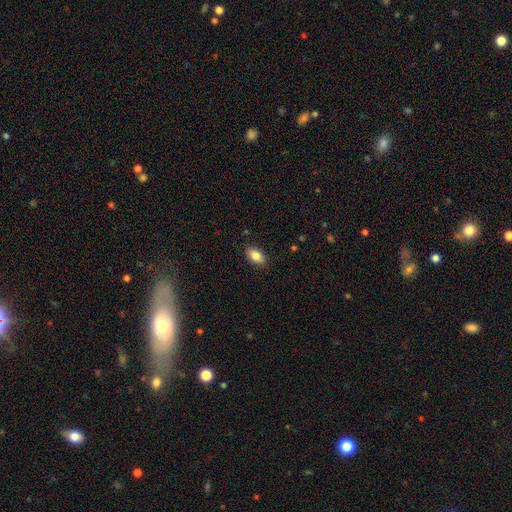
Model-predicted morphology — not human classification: Smooth or featured? smooth (84%)
How rounded? in between (91%)
Merging? none (88%)